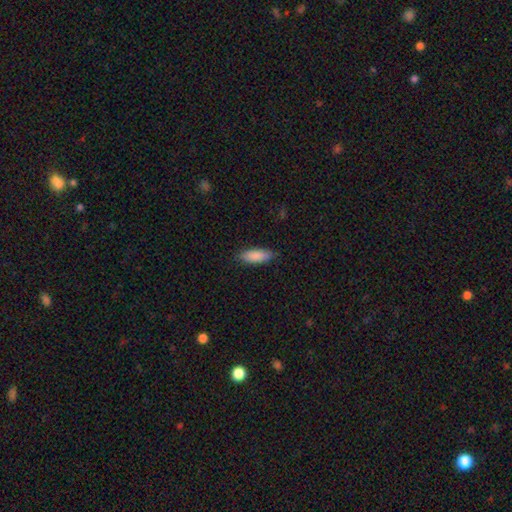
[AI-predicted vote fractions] Smooth or featured? smooth (88%)
How rounded? in between (67%)
Merging? none (85%)